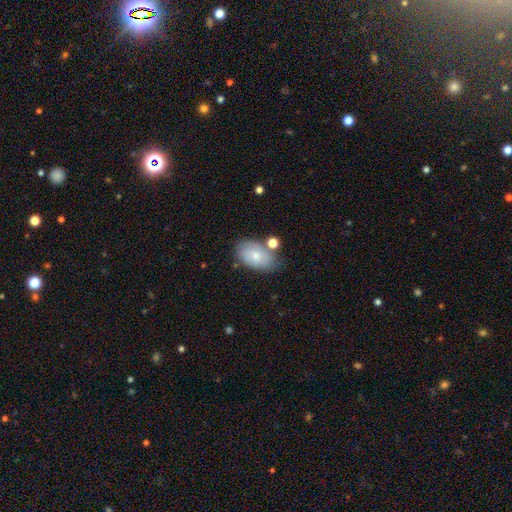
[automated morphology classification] Smooth or featured? smooth (68%)
How rounded? in between (90%)
Merging? none (63%)